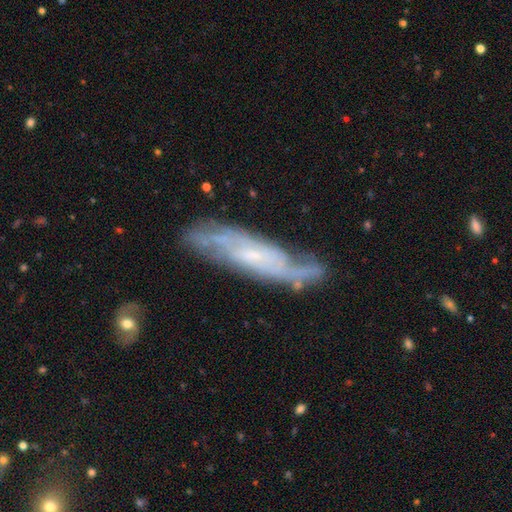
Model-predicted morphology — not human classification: This appears to be a featured or disk galaxy (76%) with no bar (53%), spiral arms (89%) and a small central bulge (64%). Merging: none (71%).